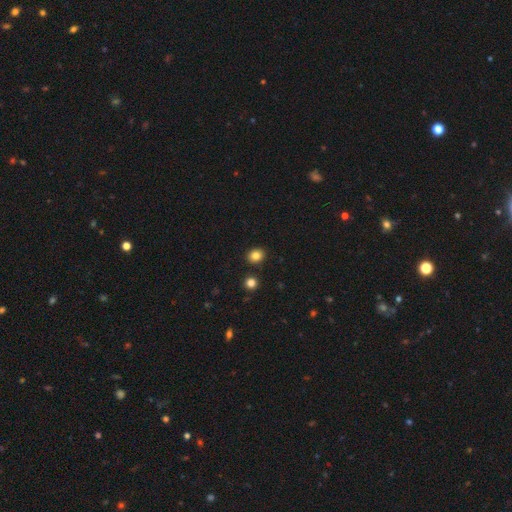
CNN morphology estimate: Smooth or featured? Predicted: smooth (p=0.84). How rounded? Predicted: round (p=0.63). Merging? Predicted: none (p=0.87).